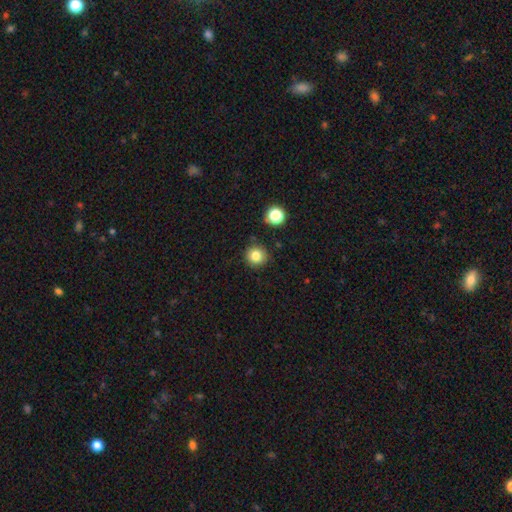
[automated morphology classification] Smooth or featured? Predicted: smooth (p=0.82). How rounded? Predicted: round (p=0.93). Merging? Predicted: none (p=0.87).